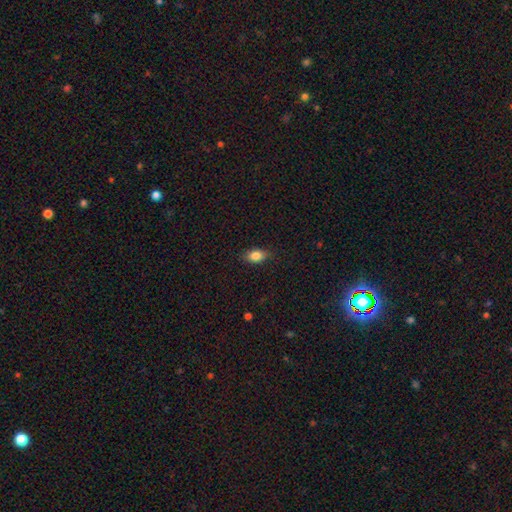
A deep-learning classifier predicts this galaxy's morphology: type=smooth (83%); roundness=in between (82%); merging=none (83%).